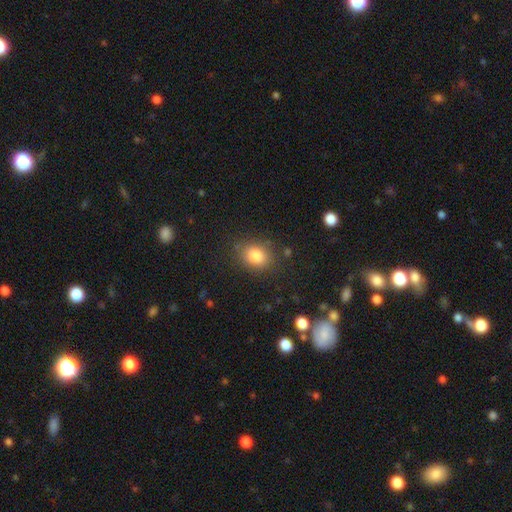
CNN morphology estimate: This appears to be a smooth galaxy with no disk features (84%) that is in between round and cigar-shaped (53%). Merging: none (80%).